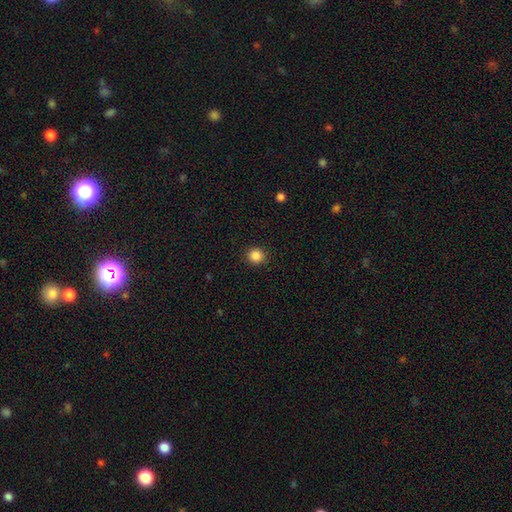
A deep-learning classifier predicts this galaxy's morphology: Smooth or featured: smooth — 86% (star or artifact — 11%)
How rounded: round — 91% (in between — 8%)
Merging: none — 91% (minor disturbance — 6%)